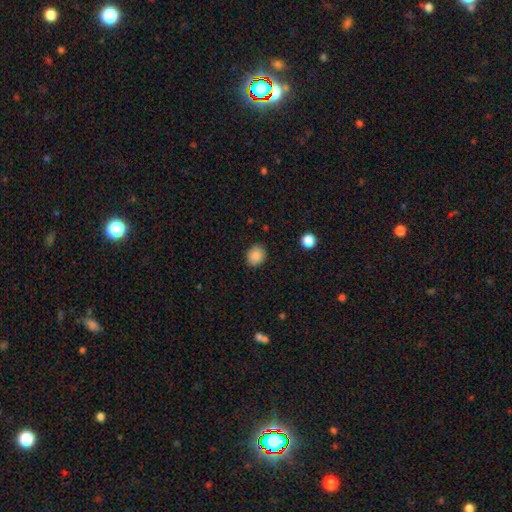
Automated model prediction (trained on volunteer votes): This is clearly a smooth galaxy (87%). How rounded: likely round (65%). Merging: clearly none (87%).